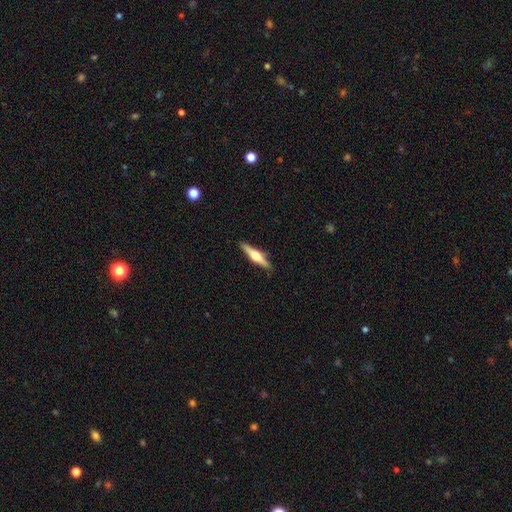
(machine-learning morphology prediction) The model was most divided on "smooth or featured": featured or disk: 63%, smooth: 31%, star or artifact: 5%. More confident: edge-on disk — yes (97%); edge-on bulge — rounded (93%); merging — none (90%).